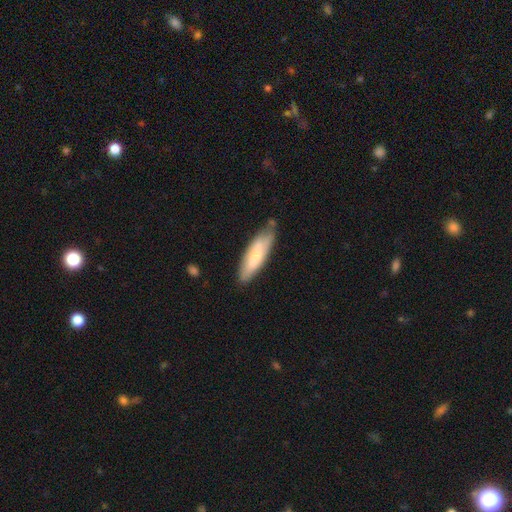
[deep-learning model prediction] A smooth galaxy with no disk features (66%) that is cigar-shaped (57%).

Vote fractions:
- Smooth or featured? smooth: 66% / featured or disk: 28% / star or artifact: 6%
- How rounded? cigar-shaped: 57% / in between: 41% / round: 1%
- Merging? none: 68% / minor disturbance: 24% / major disturbance: 5% / merger: 4%